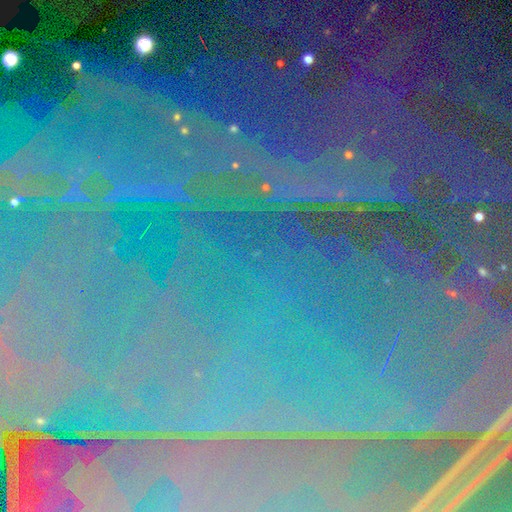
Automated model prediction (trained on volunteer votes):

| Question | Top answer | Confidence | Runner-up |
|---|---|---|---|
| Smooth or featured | star or artifact | 87% | featured or disk (7%) |